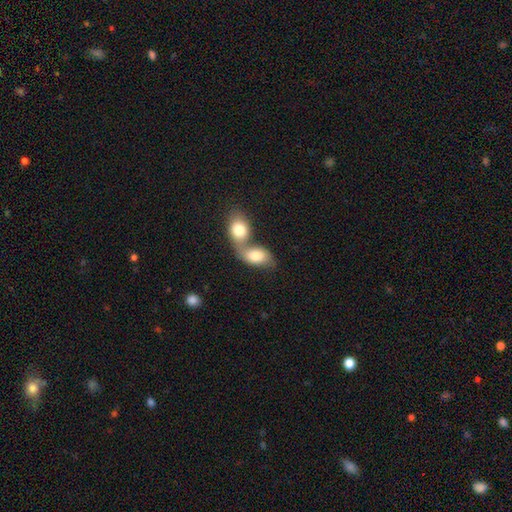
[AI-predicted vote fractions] smooth-or-featured: smooth: 75% | featured or disk: 18% | star or artifact: 7%
  how-rounded: in between: 83% | round: 15% | cigar-shaped: 2%
  merging: merger: 73% | none: 16% | minor disturbance: 6% | major disturbance: 4%